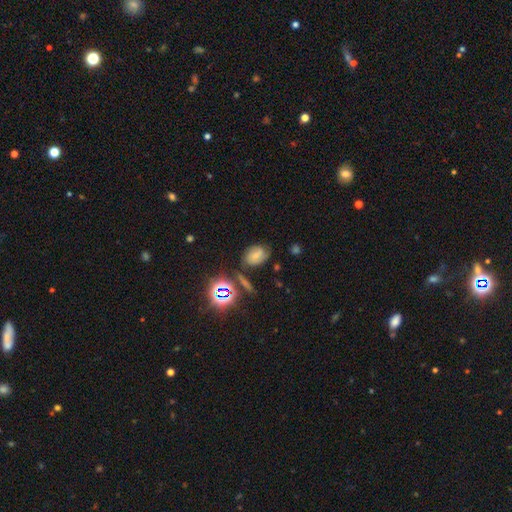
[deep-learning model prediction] Smooth or featured?
  - smooth: 45% *
  - featured or disk: 32%
  - star or artifact: 23%
Merging?
  - none: 63% *
  - minor disturbance: 22%
  - major disturbance: 8%
  - merger: 8%